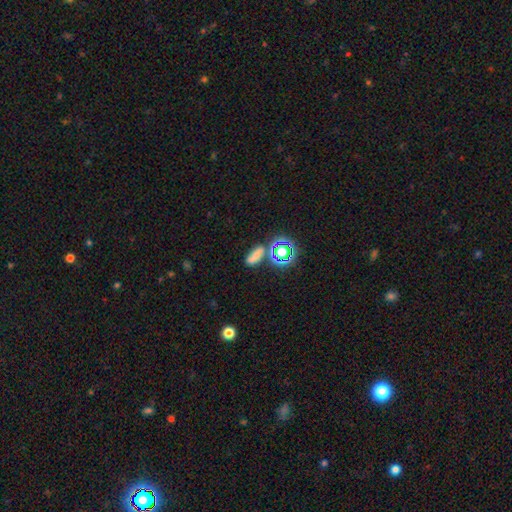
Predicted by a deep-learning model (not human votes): smooth_or_featured: smooth (p=0.60) [alt: star or artifact p=0.28]
how_rounded: in between (p=0.60) [alt: cigar-shaped p=0.24]
merging: none (p=0.55) [alt: merger p=0.20]